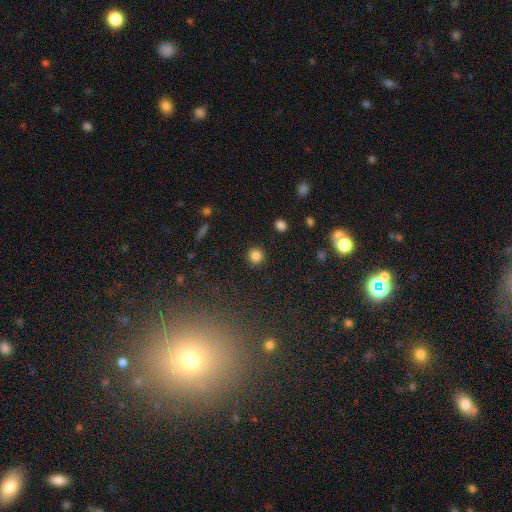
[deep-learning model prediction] A smooth galaxy with no disk features (83%) that is round (93%).

Vote fractions:
- Smooth or featured? smooth: 83% / star or artifact: 11% / featured or disk: 5%
- How rounded? round: 93% / in between: 6% / cigar-shaped: 1%
- Merging? none: 92% / minor disturbance: 5% / major disturbance: 2% / merger: 1%